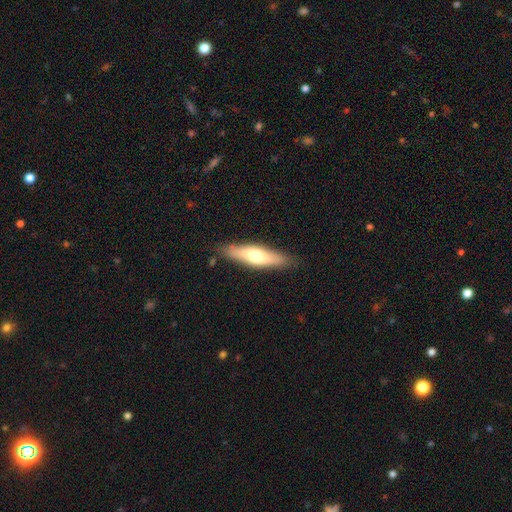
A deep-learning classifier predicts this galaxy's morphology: Smooth or featured: smooth — 56% (featured or disk — 39%)
How rounded: cigar-shaped — 64% (in between — 34%)
Merging: none — 85% (minor disturbance — 11%)